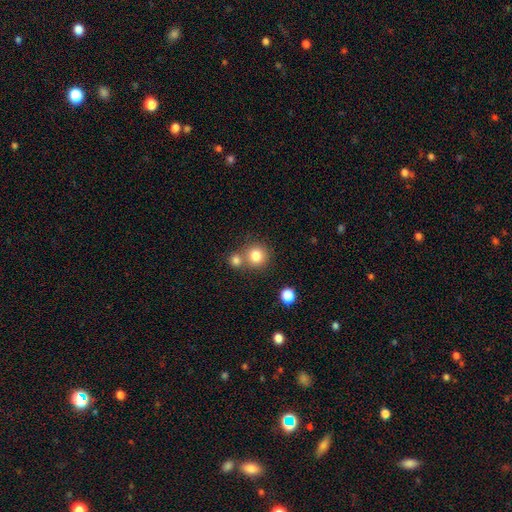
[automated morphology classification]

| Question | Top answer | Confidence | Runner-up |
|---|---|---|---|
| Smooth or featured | smooth | 81% | star or artifact (11%) |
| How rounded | round | 91% | in between (8%) |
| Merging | none | 60% | merger (31%) |